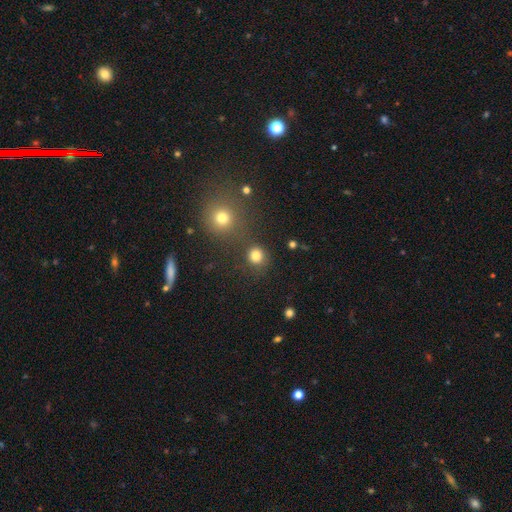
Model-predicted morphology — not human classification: smooth 80%, star or artifact 15%, featured or disk 5%. Down the decision tree: how rounded — round (90%); merging — none (81%).